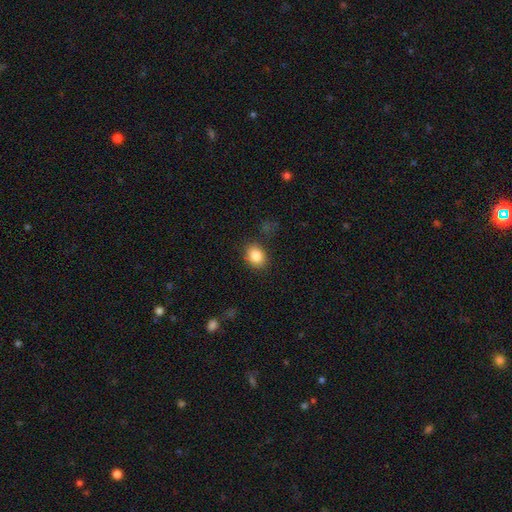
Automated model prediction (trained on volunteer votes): This is clearly a smooth galaxy (86%). How rounded: possibly in between (55%). Merging: clearly none (81%).